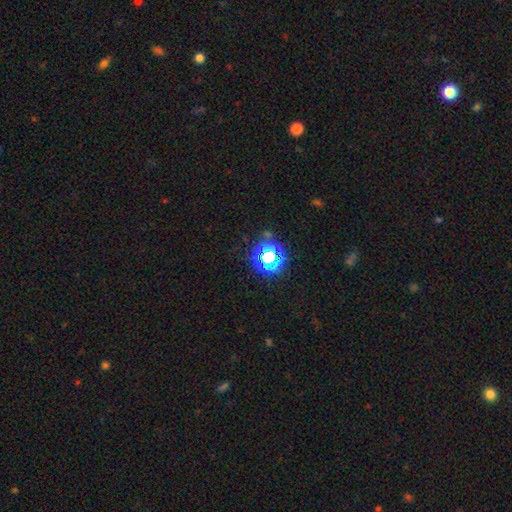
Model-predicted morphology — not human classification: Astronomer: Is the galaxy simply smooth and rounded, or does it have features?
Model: star or artifact — 69%.